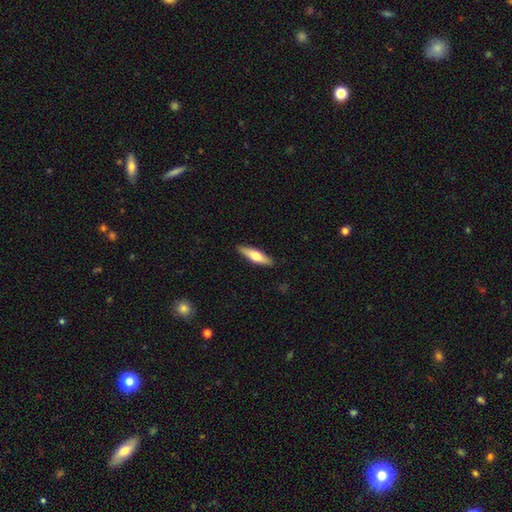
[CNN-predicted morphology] smooth-or-featured: smooth: 58% | featured or disk: 37% | star or artifact: 5%
  how-rounded: cigar-shaped: 67% | in between: 31% | round: 2%
  merging: none: 89% | minor disturbance: 8% | major disturbance: 2% | merger: 1%